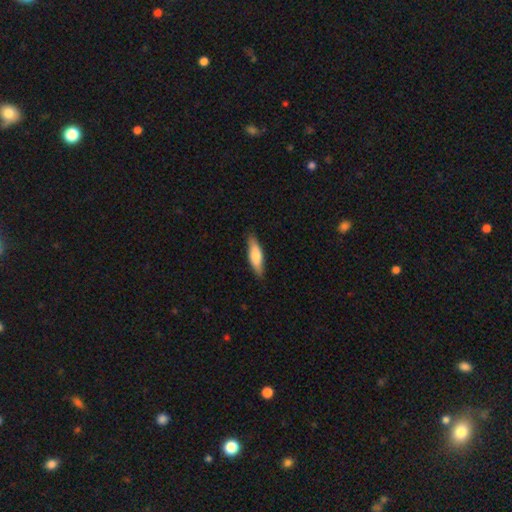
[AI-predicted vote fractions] A smooth galaxy with no disk features (73%) that is cigar-shaped (59%). Merging: none (86%).